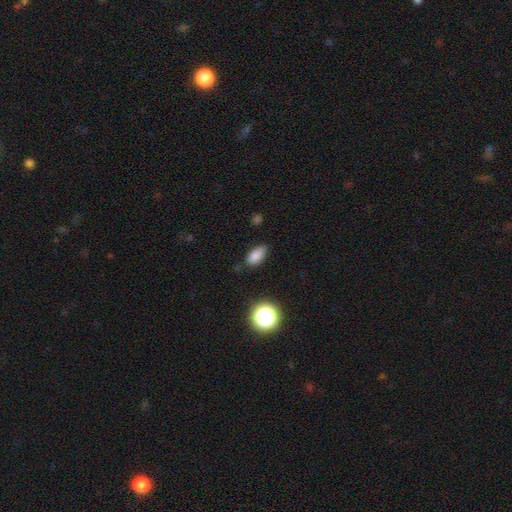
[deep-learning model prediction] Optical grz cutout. It shows a smooth galaxy with no disk features (83%) that is in between round and cigar-shaped (89%). Merging: none (78%).